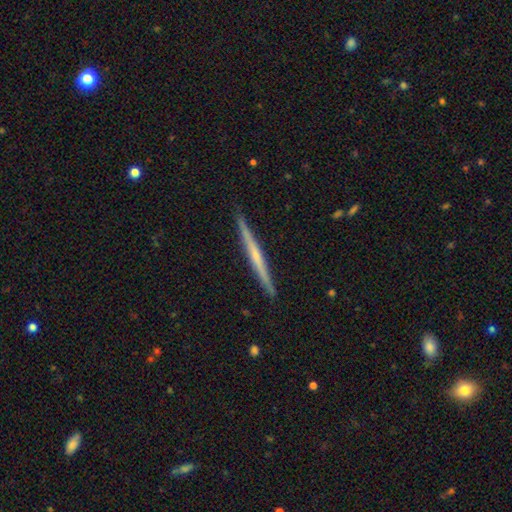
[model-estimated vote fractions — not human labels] Q: Smooth or featured?
A: featured or disk (67%); runner-up: smooth (28%)
Q: Edge-on disk?
A: yes (98%); runner-up: no (2%)
Q: Edge-on bulge?
A: none (58%); runner-up: rounded (36%)
Q: Merging?
A: none (91%); runner-up: minor disturbance (6%)